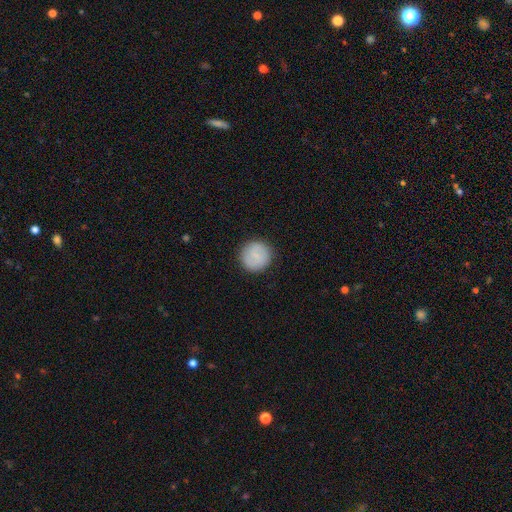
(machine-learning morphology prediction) A smooth galaxy with no disk features (80%) that is round (95%).

Vote fractions:
- Smooth or featured? smooth: 80% / featured or disk: 13% / star or artifact: 6%
- How rounded? round: 95% / in between: 4% / cigar-shaped: 1%
- Merging? none: 90% / minor disturbance: 7% / major disturbance: 2% / merger: 1%